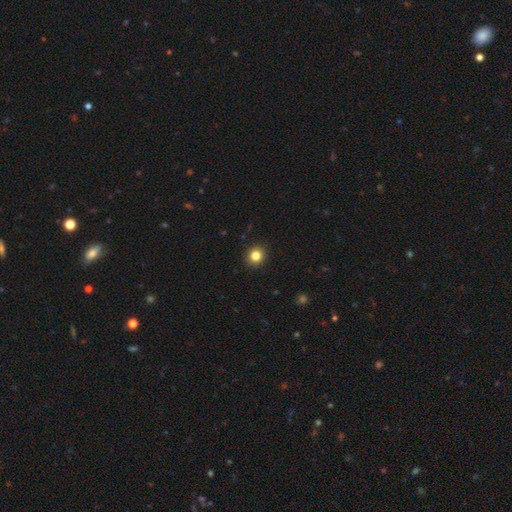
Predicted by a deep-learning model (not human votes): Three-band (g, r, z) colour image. It shows a smooth galaxy with no disk features (83%) that is round (88%). Merging: none (92%).